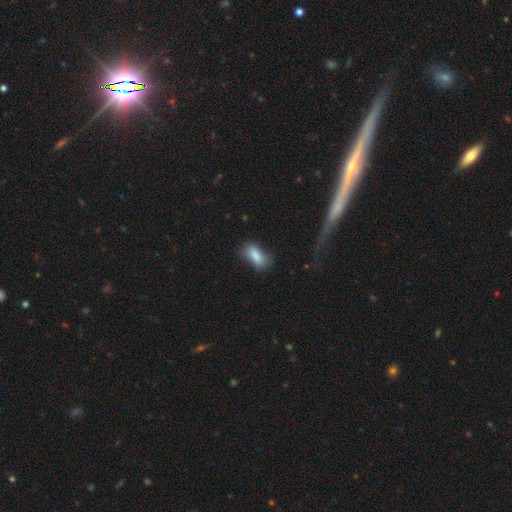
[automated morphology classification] smooth_or_featured: smooth (p=0.83) [alt: featured or disk p=0.09]
how_rounded: in between (p=0.87) [alt: cigar-shaped p=0.08]
merging: none (p=0.59) [alt: minor disturbance p=0.27]